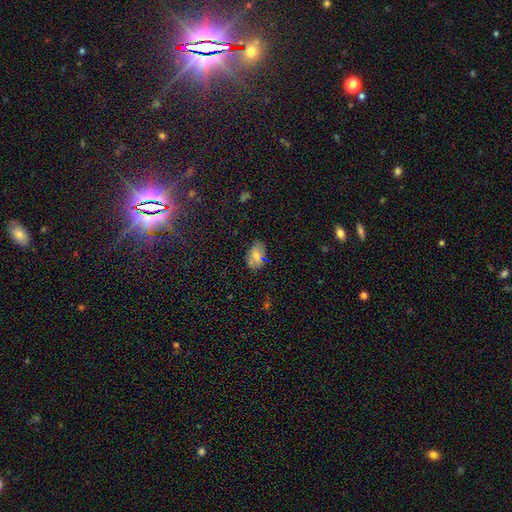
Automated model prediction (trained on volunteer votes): Q: Smooth or featured?
A: smooth (69%); runner-up: star or artifact (19%)
Q: How rounded?
A: in between (89%); runner-up: round (9%)
Q: Merging?
A: none (74%); runner-up: minor disturbance (18%)